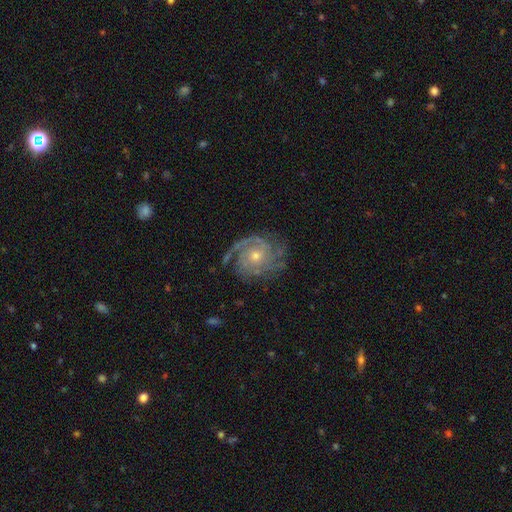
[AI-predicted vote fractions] The model was most divided on "spiral arm count" (2-way tie): 2: 27%, 3: 27%, can't tell: 23%, 4: 9%, 1: 7%, more than 4: 7%. Remaining: edge-on disk — no (97%); spiral arms — yes (96%); smooth or featured — featured or disk (87%); bar — no (77%); merging — none (74%); spiral winding — tight (61%); bulge size — small (49%).